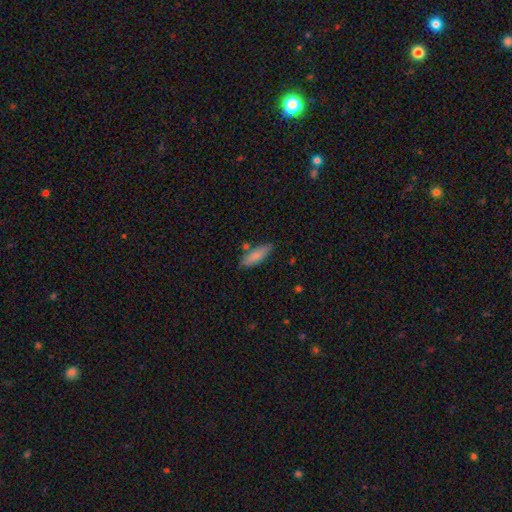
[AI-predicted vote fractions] Morphology: type=smooth (81%); roundness=in between (52%); merging=none (76%).